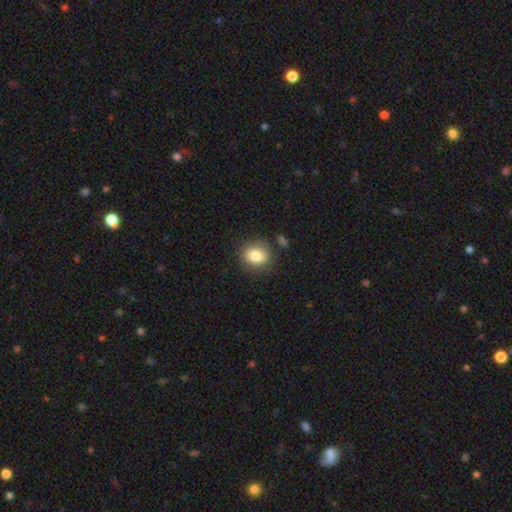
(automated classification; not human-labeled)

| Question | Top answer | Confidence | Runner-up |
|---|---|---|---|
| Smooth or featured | smooth | 82% | featured or disk (9%) |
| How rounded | round | 62% | in between (37%) |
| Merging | none | 80% | minor disturbance (12%) |